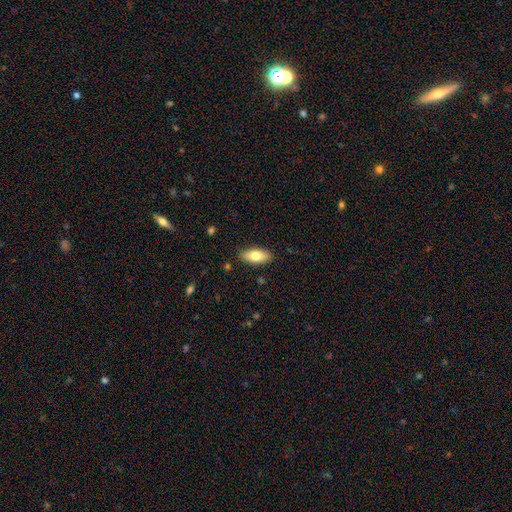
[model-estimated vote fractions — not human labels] smooth_or_featured: smooth (p=0.75) [alt: featured or disk p=0.19]
how_rounded: in between (p=0.84) [alt: cigar-shaped p=0.14]
merging: none (p=0.88) [alt: minor disturbance p=0.09]